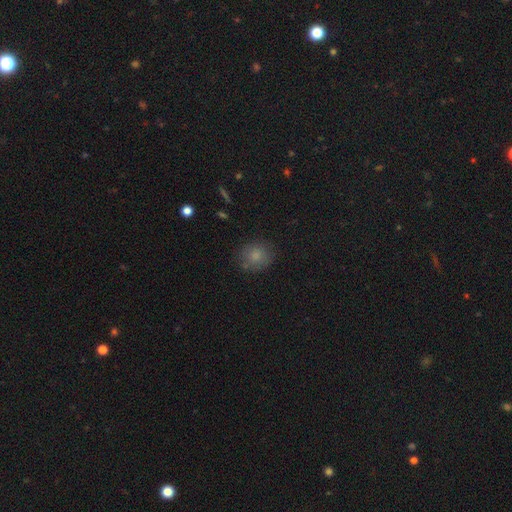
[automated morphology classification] Smooth or featured: smooth — 80% (star or artifact — 10%)
How rounded: round — 77% (in between — 22%)
Merging: none — 76% (minor disturbance — 17%)